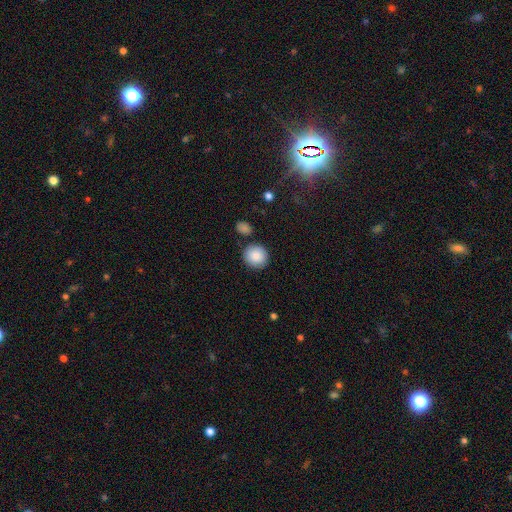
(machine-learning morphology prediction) Q: Smooth or featured?
A: smooth (88%); runner-up: star or artifact (7%)
Q: How rounded?
A: round (92%); runner-up: in between (7%)
Q: Merging?
A: none (84%); runner-up: minor disturbance (8%)